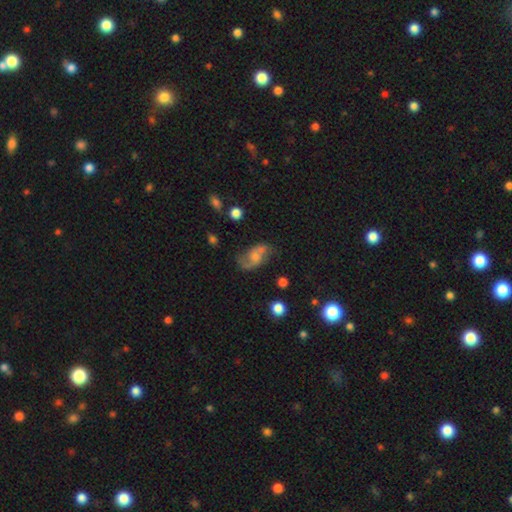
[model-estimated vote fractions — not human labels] Smooth or featured? featured or disk (68%)
Edge-on disk? no (96%)
Bar? no (57%)
Spiral arms? yes (87%)
Spiral winding? loose (63%)
Spiral arm count? 2 (86%)
Bulge size? small (34%)
Merging? none (51%)